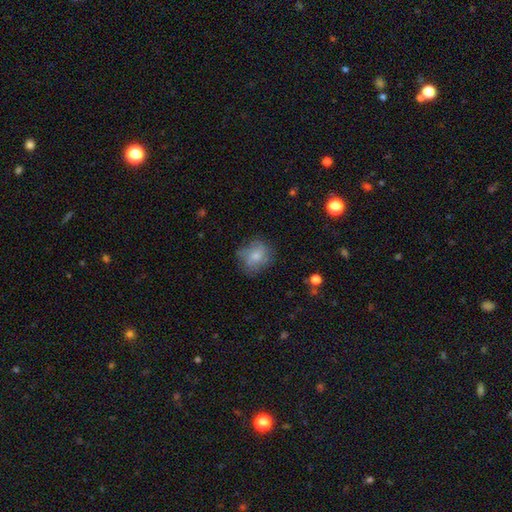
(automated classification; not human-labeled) Morphology: type=smooth (70%); roundness=round (66%); merging=none (60%).